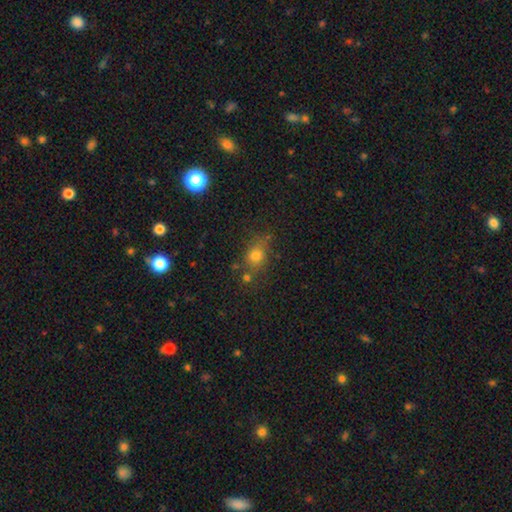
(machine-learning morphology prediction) Smooth or featured: smooth — 72% (star or artifact — 17%)
How rounded: round — 54% (in between — 43%)
Merging: none — 66% (minor disturbance — 18%)